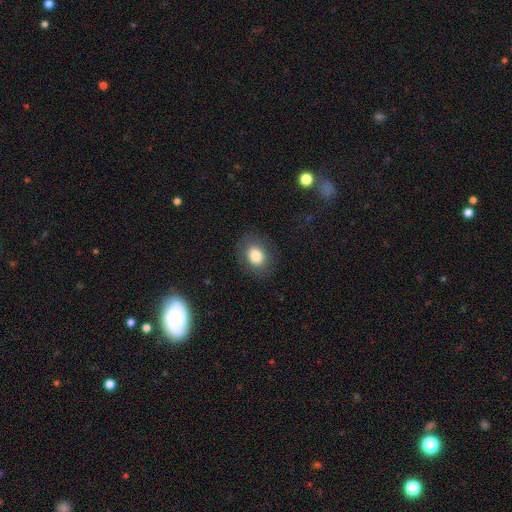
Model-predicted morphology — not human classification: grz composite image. It shows a smooth galaxy with no disk features (81%) that is in between round and cigar-shaped (59%). Merging: none (84%).